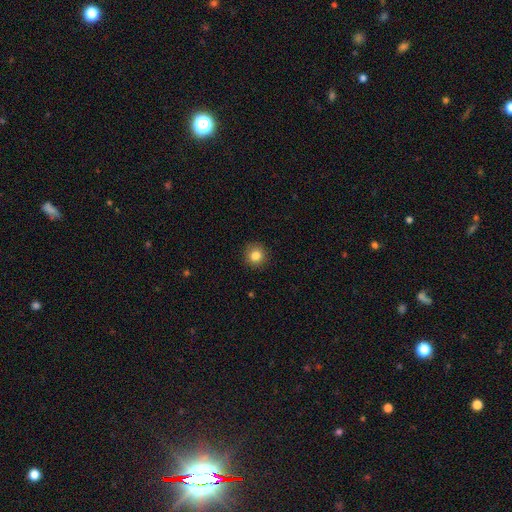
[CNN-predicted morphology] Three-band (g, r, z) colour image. It shows a smooth galaxy with no disk features (83%) that is round (94%). Merging: none (91%).